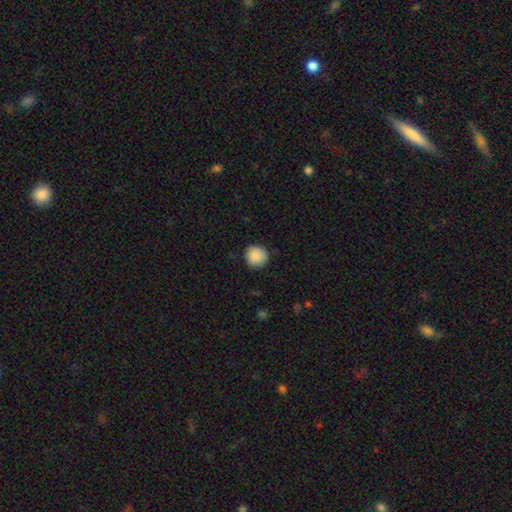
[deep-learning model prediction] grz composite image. It shows a smooth galaxy with no disk features (88%) that is round (93%). Merging: none (89%).